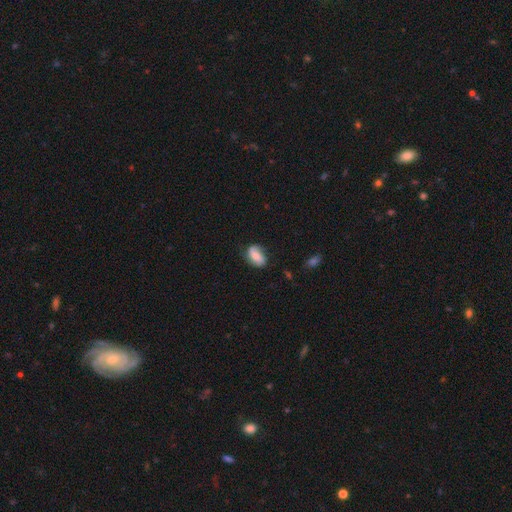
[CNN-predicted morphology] A smooth galaxy with no disk features (55%) that is in between round and cigar-shaped (87%). Merging: none (63%).